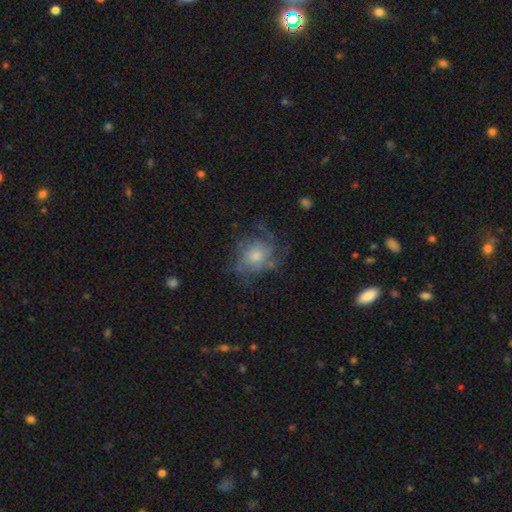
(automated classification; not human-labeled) The model was most divided on "bulge size": moderate: 52%, small: 31%, large: 10%, none: 5%, dominant: 2%. More confident: edge-on disk — no (97%); bar — no (80%); spiral arms — yes (78%); smooth or featured — featured or disk (61%); merging — none (61%).